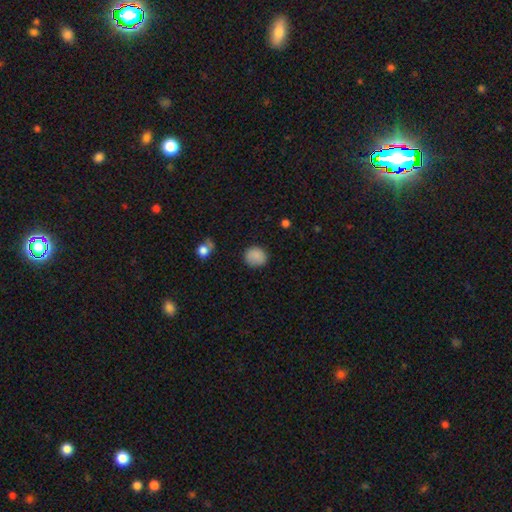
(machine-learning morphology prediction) Smooth or featured: smooth — 85% (star or artifact — 10%)
How rounded: round — 79% (in between — 20%)
Merging: none — 84% (minor disturbance — 12%)